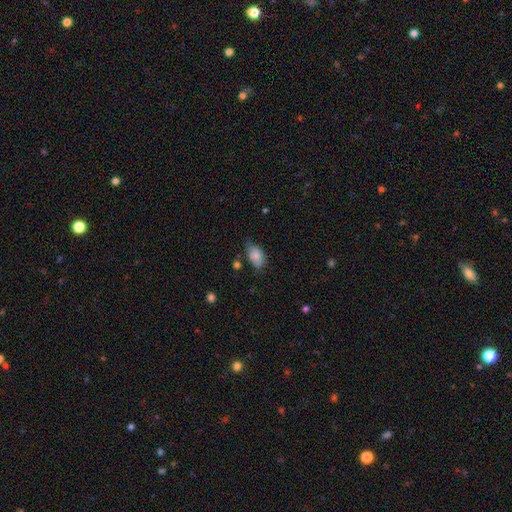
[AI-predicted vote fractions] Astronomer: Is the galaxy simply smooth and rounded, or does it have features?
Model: smooth — 82%.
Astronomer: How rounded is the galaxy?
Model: in between — 91%.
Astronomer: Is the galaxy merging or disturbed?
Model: none — 63%.